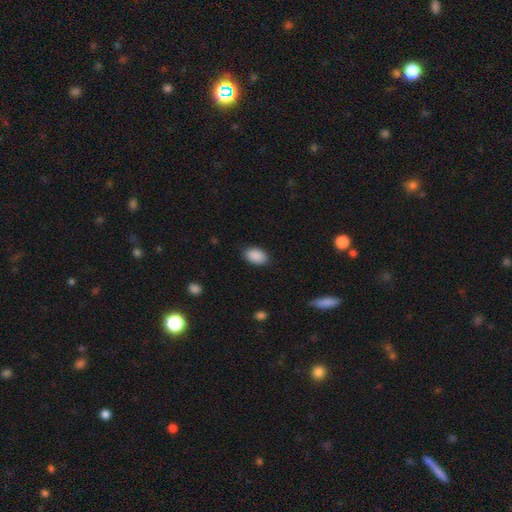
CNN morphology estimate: Smooth or featured?
  - smooth: 90% *
  - star or artifact: 7%
  - featured or disk: 3%
How rounded?
  - in between: 91% *
  - round: 8%
  - cigar-shaped: 1%
Merging?
  - none: 85% *
  - minor disturbance: 11%
  - major disturbance: 3%
  - merger: 1%